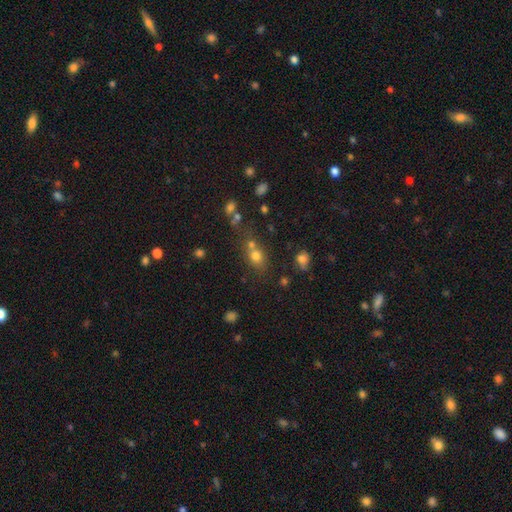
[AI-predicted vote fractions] A smooth galaxy with no disk features (72%) that is round (60%). Merging: none (45%).